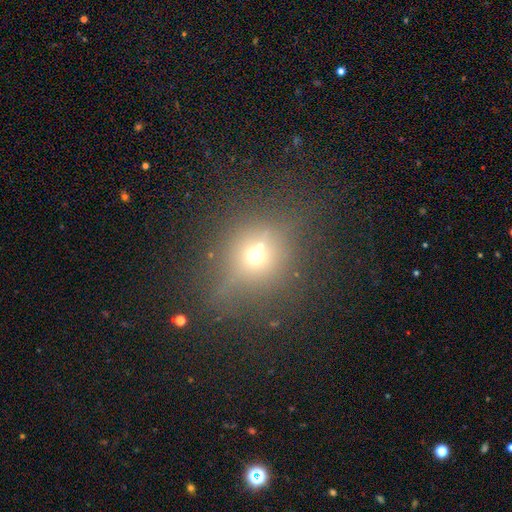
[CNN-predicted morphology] Smooth or featured? smooth (52%)
How rounded? round (83%)
Merging? none (65%)